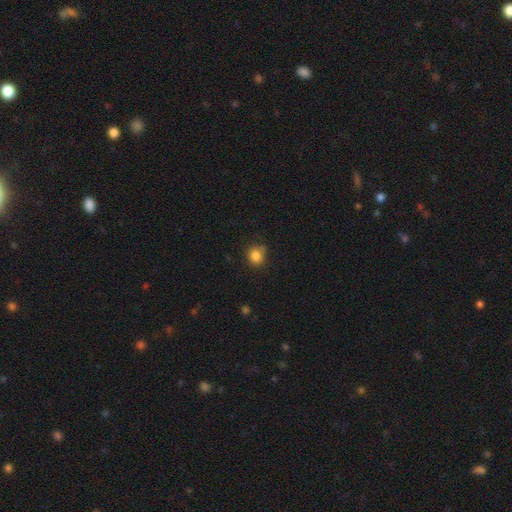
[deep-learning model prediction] smooth_or_featured: smooth (p=0.84) [alt: star or artifact p=0.12]
how_rounded: round (p=0.82) [alt: in between p=0.17]
merging: none (p=0.71) [alt: minor disturbance p=0.21]